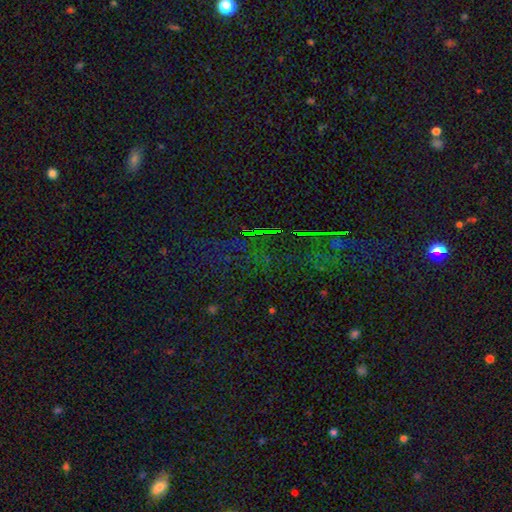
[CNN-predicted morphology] Q: Smooth or featured?
A: star or artifact (78%); runner-up: smooth (13%)